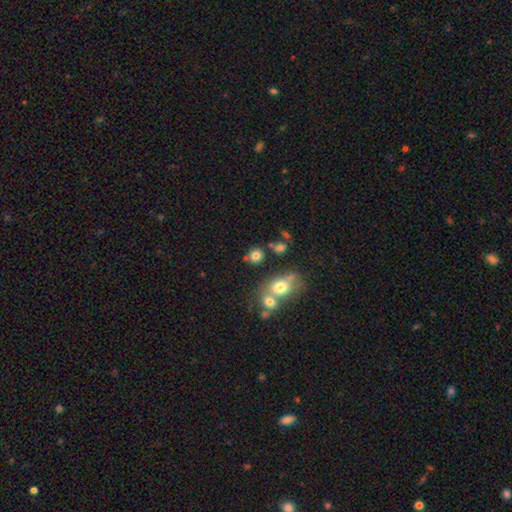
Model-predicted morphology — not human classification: smooth 78%, star or artifact 14%, featured or disk 9%. Down the decision tree: how rounded — round (82%); merging — none (67%).